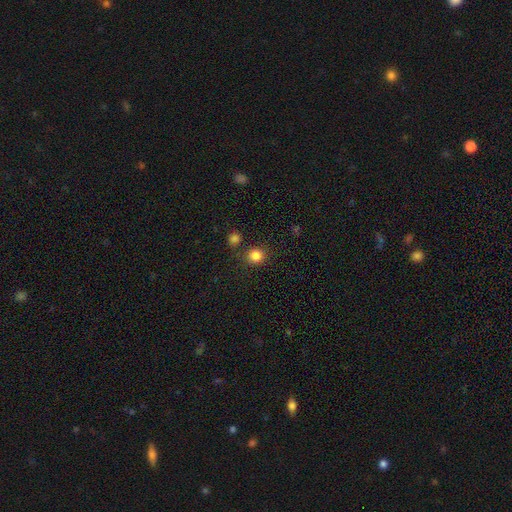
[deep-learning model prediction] This is clearly a smooth galaxy (83%). How rounded: clearly round (88%). Merging: clearly none (83%).